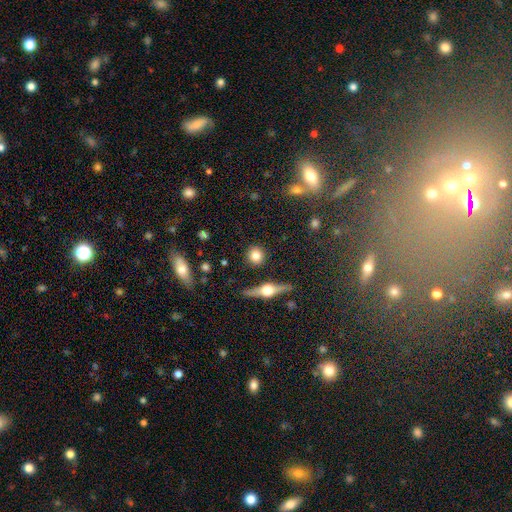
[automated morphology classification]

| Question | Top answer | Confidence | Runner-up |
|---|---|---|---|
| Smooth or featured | smooth | 75% | featured or disk (16%) |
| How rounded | round | 90% | in between (8%) |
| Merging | none | 89% | minor disturbance (6%) |